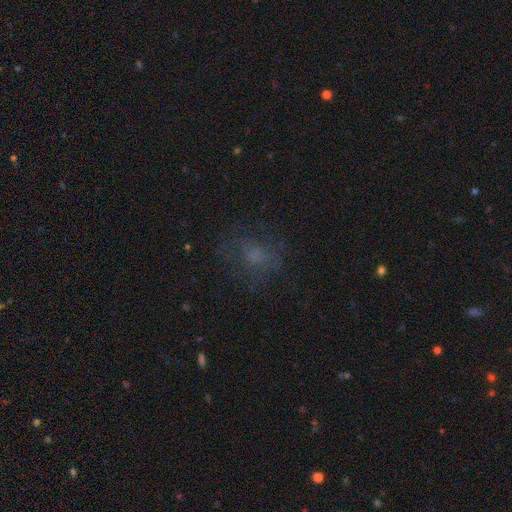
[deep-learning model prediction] The model was most divided on "how rounded": round: 53%, in between: 45%, cigar-shaped: 2%. More confident: merging — none (62%); smooth or featured — smooth (50%).